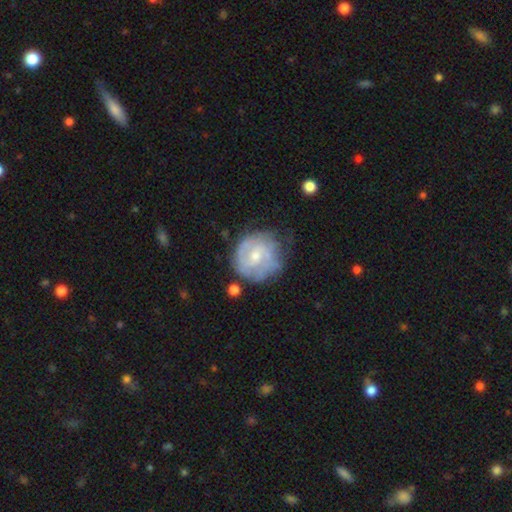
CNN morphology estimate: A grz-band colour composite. It shows a featured or disk galaxy (67%) with no bar (62%), spiral arms (74%) and a small central bulge (51%). Merging: none (56%).